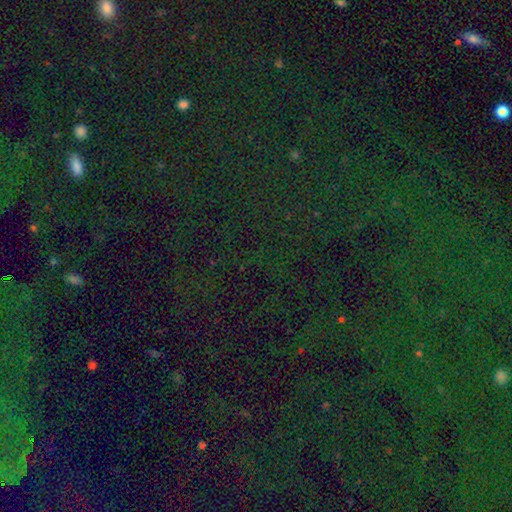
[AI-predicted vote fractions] Morphology: type=star or artifact (82%).